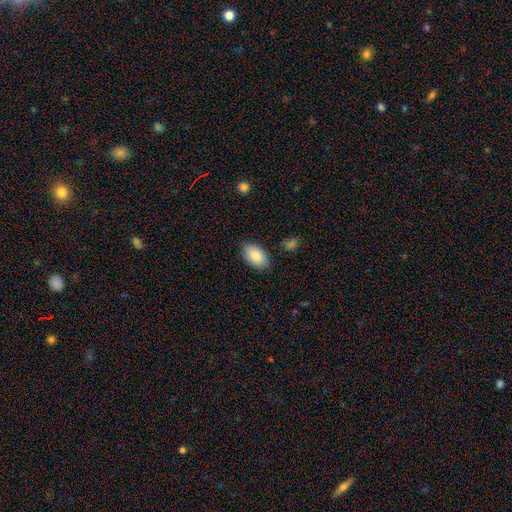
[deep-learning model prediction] Overall: smooth (85%). How rounded: in between (94%). Merging: none (83%).